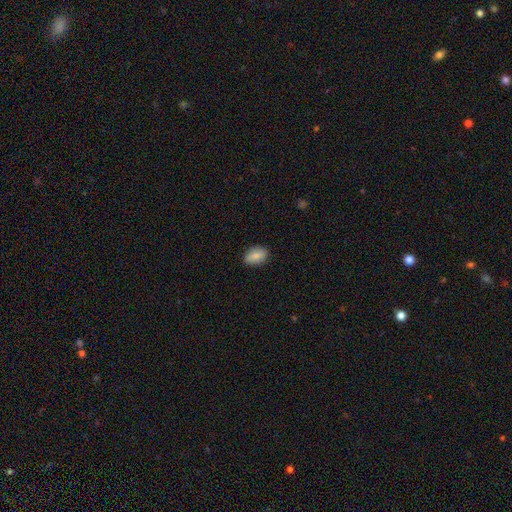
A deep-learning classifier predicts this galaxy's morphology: Smooth or featured?
  - smooth: 82% *
  - featured or disk: 11%
  - star or artifact: 7%
How rounded?
  - in between: 84% *
  - round: 14%
  - cigar-shaped: 2%
Merging?
  - none: 86% *
  - minor disturbance: 11%
  - major disturbance: 2%
  - merger: 1%